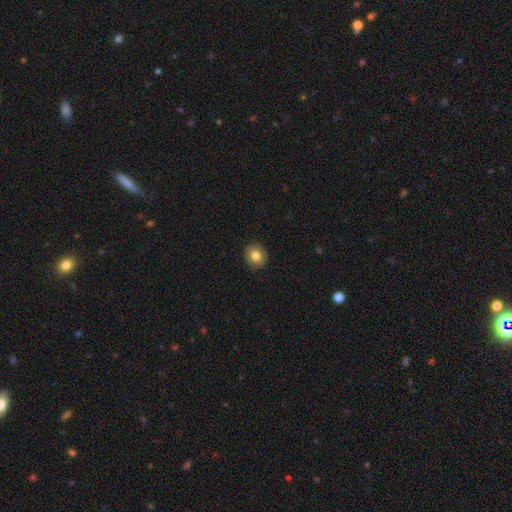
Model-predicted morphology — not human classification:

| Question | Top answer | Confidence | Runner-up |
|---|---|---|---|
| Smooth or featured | smooth | 76% | featured or disk (15%) |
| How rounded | round | 82% | in between (17%) |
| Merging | none | 89% | minor disturbance (8%) |